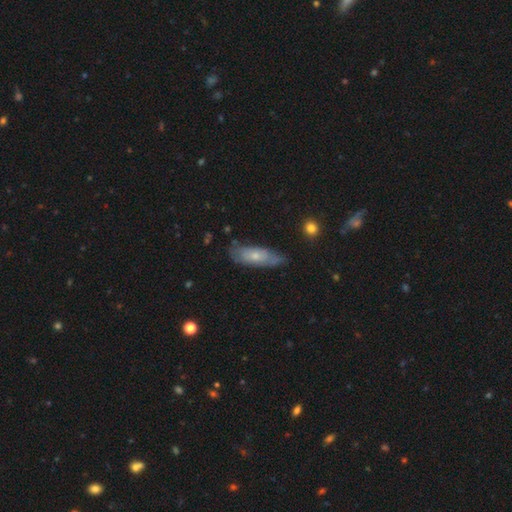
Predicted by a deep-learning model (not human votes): Morphology: type=smooth (52%); roundness=in between (61%); merging=none (63%).